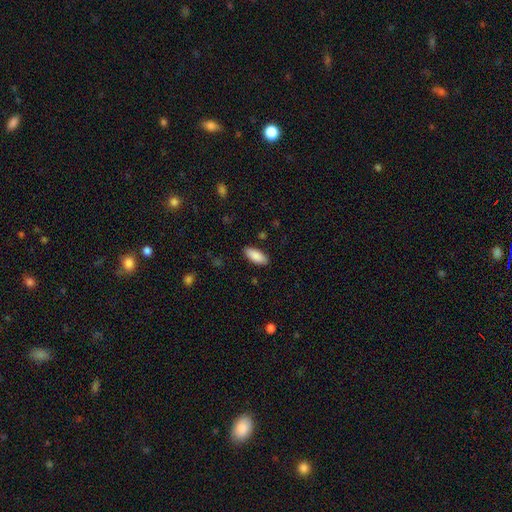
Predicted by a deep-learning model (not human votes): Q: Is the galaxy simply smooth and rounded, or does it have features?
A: smooth — 89%.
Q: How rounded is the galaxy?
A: in between — 84%.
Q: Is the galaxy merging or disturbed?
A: none — 88%.